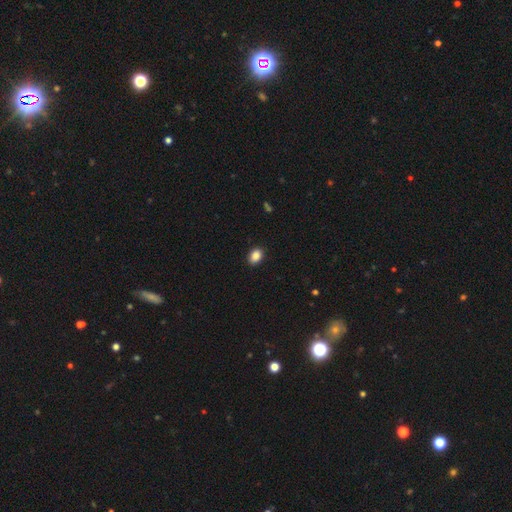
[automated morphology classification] Overall: smooth (88%). How rounded: in between (75%). Merging: none (90%).